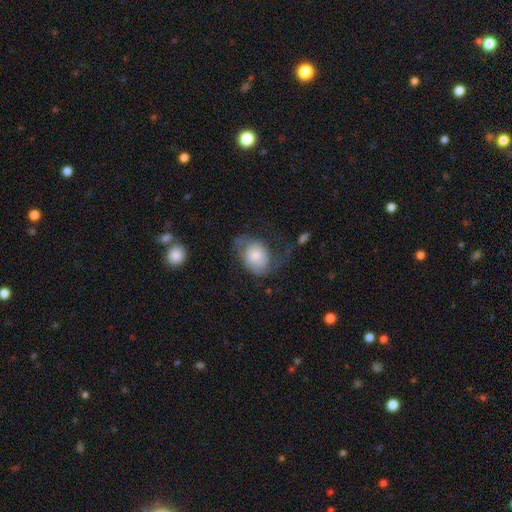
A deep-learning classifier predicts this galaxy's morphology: smooth-or-featured: featured or disk: 54% | smooth: 39% | star or artifact: 7%
  disk-edge-on: no: 97% | yes: 3%
    bar: no: 76% | weak: 20% | strong: 3%
    has-spiral-arms: yes: 82% | no: 18%
    bulge-size: moderate: 40% | small: 37% | large: 14% | none: 5% | dominant: 5%
  merging: major disturbance: 40% | none: 35% | minor disturbance: 22% | merger: 3%